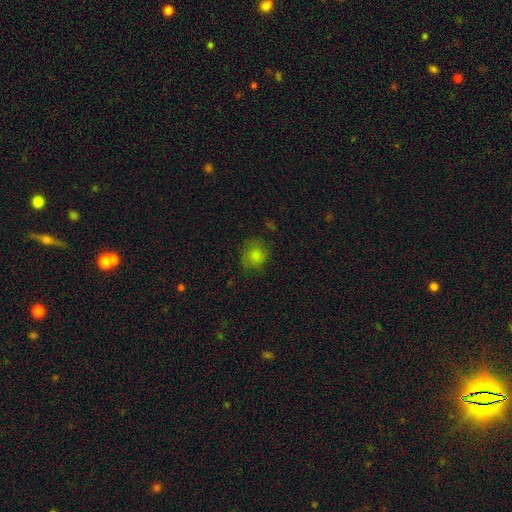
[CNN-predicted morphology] smooth-or-featured: smooth: 81% | star or artifact: 12% | featured or disk: 7%
  how-rounded: round: 84% | in between: 15% | cigar-shaped: 1%
  merging: none: 74% | minor disturbance: 18% | major disturbance: 7% | merger: 1%